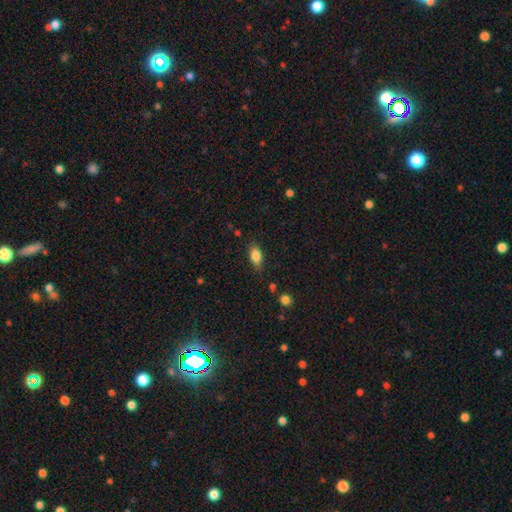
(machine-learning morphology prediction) smooth_or_featured: smooth (p=0.83) [alt: featured or disk p=0.09]
how_rounded: in between (p=0.87) [alt: cigar-shaped p=0.08]
merging: none (p=0.79) [alt: minor disturbance p=0.16]